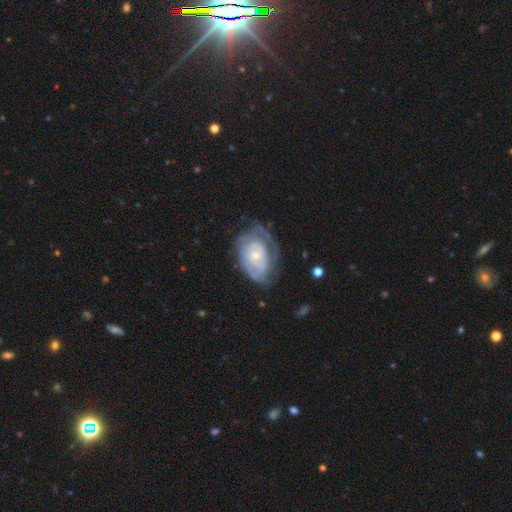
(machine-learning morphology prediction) A featured or disk galaxy (70%) with no bar (74%), spiral arms (72%) and a small central bulge (60%).

Vote fractions:
- Smooth or featured? featured or disk: 70% / smooth: 24% / star or artifact: 6%
- Edge-on disk? no: 96% / yes: 4%
- Bar? no: 74% / weak: 22% / strong: 4%
- Spiral arms? yes: 72% / no: 28%
- Bulge size? small: 60% / moderate: 34% / large: 3% / none: 3% / dominant: 1%
- Merging? none: 51% / minor disturbance: 28% / major disturbance: 20% / merger: 2%